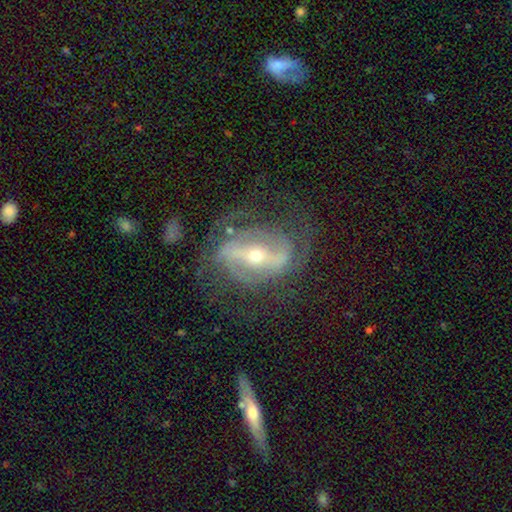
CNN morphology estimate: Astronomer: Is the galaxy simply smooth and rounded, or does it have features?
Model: featured or disk — 82%.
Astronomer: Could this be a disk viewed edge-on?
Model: no — 87%.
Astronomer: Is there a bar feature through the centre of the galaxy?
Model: strong — 61%.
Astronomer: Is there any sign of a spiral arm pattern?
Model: yes — 82%.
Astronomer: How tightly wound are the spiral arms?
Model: medium — 40% (runner-up: tight, 30%).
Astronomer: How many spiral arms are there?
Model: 2 — 70%.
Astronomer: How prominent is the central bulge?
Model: moderate — 55% (runner-up: small, 41%).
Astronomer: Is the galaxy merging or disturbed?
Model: none — 60%.